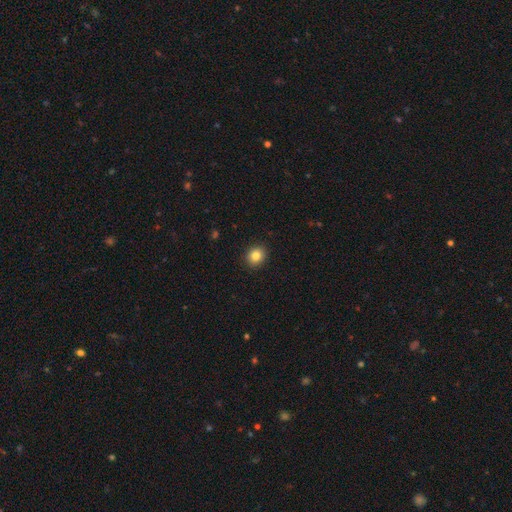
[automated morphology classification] type=smooth (84%); roundness=round (76%); merging=none (92%).